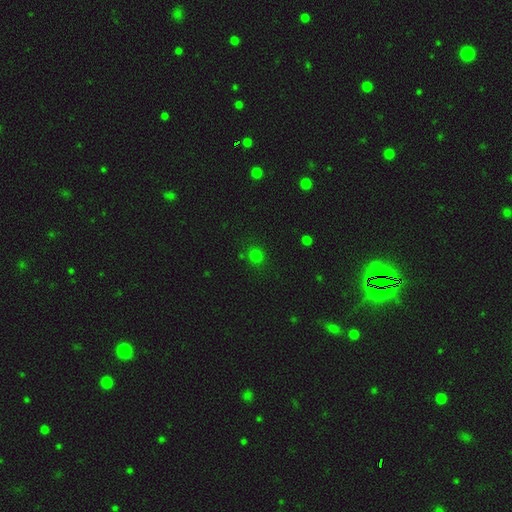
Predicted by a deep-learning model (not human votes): Overall: smooth (76%). How rounded: round (90%). Merging: none (86%).